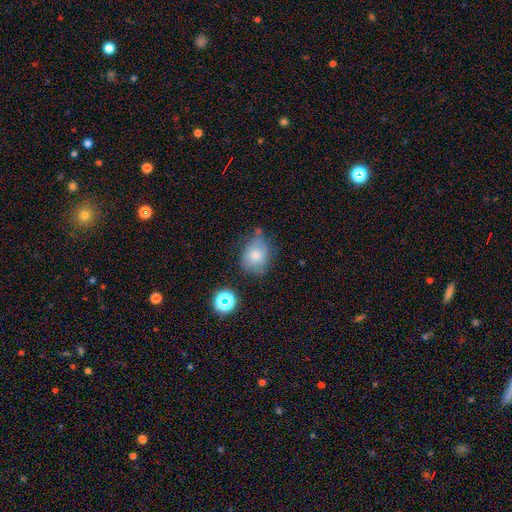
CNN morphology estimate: The model was most divided on "how rounded": round: 51%, in between: 48%, cigar-shaped: 1%. More confident: smooth or featured — smooth (73%); merging — none (54%).